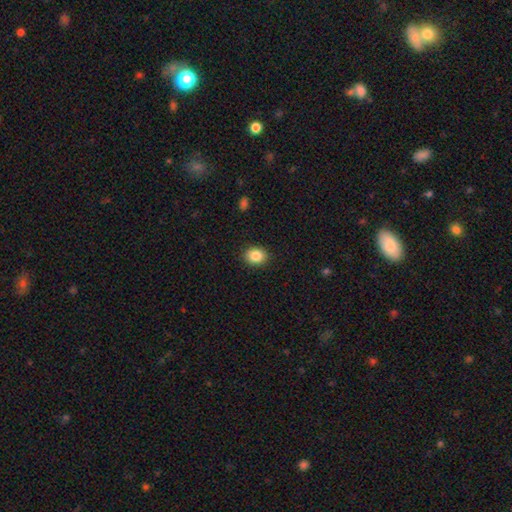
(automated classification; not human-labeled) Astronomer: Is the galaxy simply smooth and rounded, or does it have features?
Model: smooth — 86%.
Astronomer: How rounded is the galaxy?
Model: round — 57% (runner-up: in between, 43%).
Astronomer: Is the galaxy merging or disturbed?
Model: none — 90%.